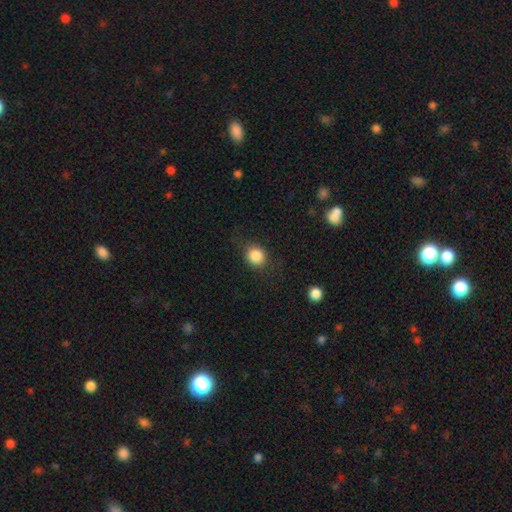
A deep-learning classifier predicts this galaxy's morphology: smooth 84%, star or artifact 10%, featured or disk 6%. Down the decision tree: how rounded — round (79%); merging — none (77%).